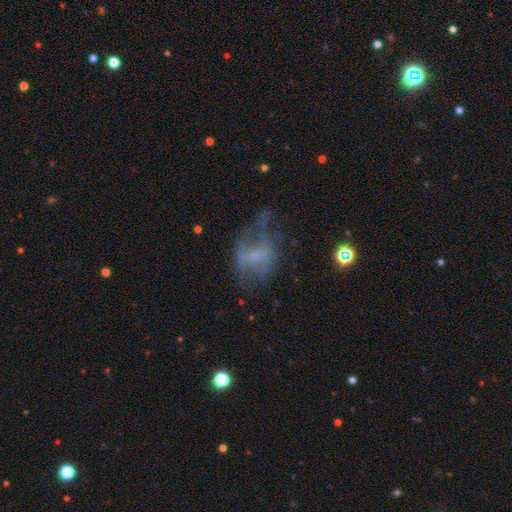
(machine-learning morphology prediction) Smooth or featured: featured or disk — 54% (smooth — 31%)
Edge-on disk: no — 96% (yes — 4%)
Bar: no — 57% (weak — 33%)
Spiral arms: no — 65% (yes — 35%)
Bulge size: small — 44% (none — 37%)
Merging: none — 37% (major disturbance — 36%)